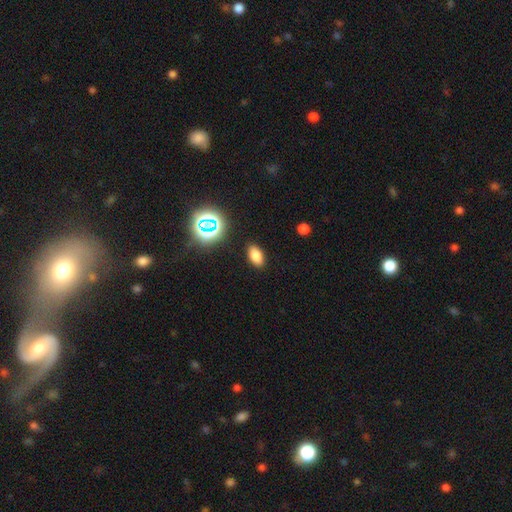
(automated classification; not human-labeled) The model was most divided on "smooth or featured": smooth: 76%, star or artifact: 17%, featured or disk: 7%. More confident: how rounded — in between (89%); merging — none (89%).